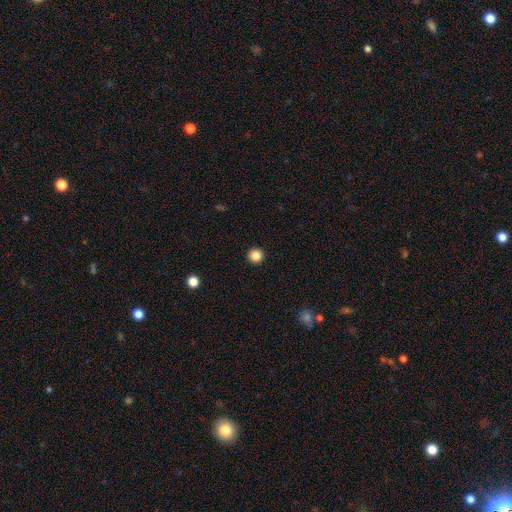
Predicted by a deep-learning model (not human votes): smooth 86%, star or artifact 11%, featured or disk 3%. Down the decision tree: how rounded — round (96%); merging — none (94%).